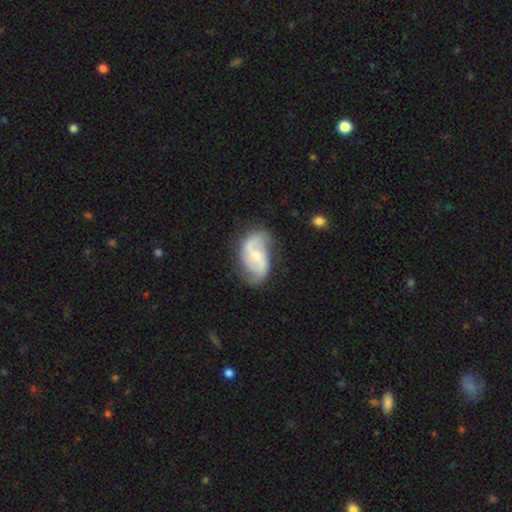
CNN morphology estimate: This is clearly a featured or disk galaxy (81%). It is clearly not viewed edge-on (97%). Bar: possibly weak (45%). Spiral arm pattern: clearly yes (94%). Spiral arm count: clearly 2 (86%). Spiral winding: possibly medium (46%). Central bulge: possibly moderate (51%). Merging: likely none (67%).